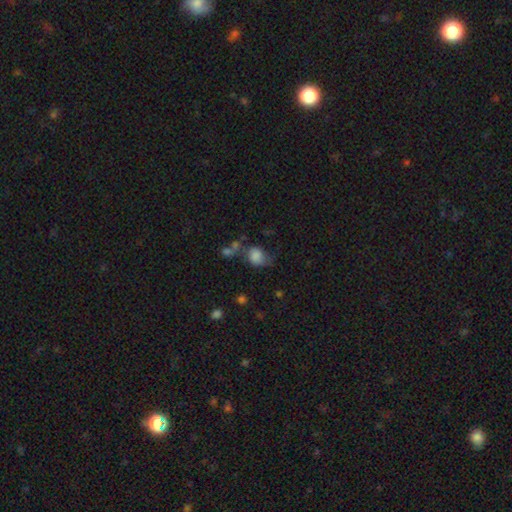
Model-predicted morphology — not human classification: Overall: smooth (72%). How rounded: in between (51%; round 48%). Merging: none (34%; minor disturbance 27%).